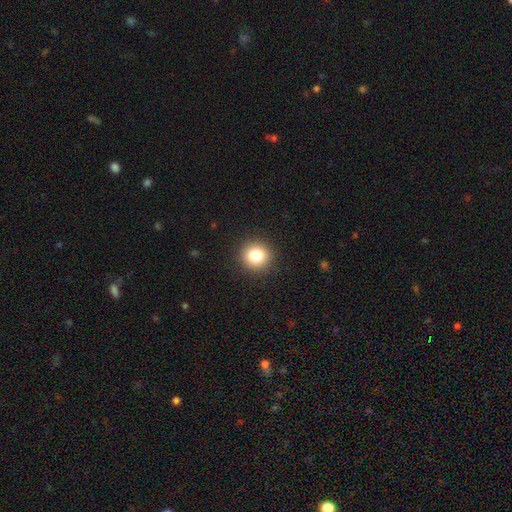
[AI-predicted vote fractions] A smooth galaxy with no disk features (81%) that is round (93%).

Vote fractions:
- Smooth or featured? smooth: 81% / star or artifact: 11% / featured or disk: 7%
- How rounded? round: 93% / in between: 6% / cigar-shaped: 1%
- Merging? none: 92% / minor disturbance: 5% / major disturbance: 2% / merger: 1%